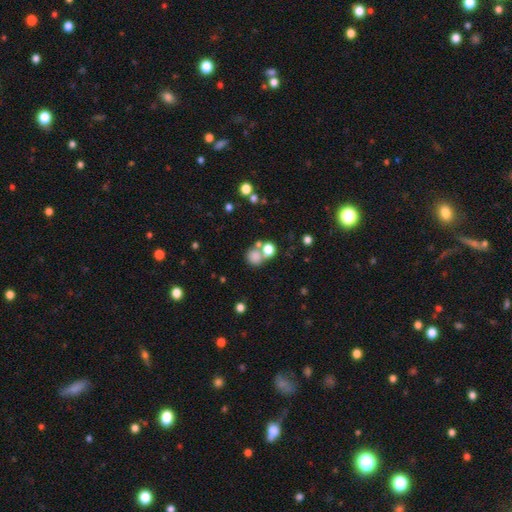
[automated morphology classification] Smooth or featured?
  - smooth: 77% *
  - star or artifact: 14%
  - featured or disk: 9%
How rounded?
  - round: 79% *
  - in between: 20%
  - cigar-shaped: 1%
Merging?
  - none: 46% *
  - merger: 38%
  - minor disturbance: 10%
  - major disturbance: 6%